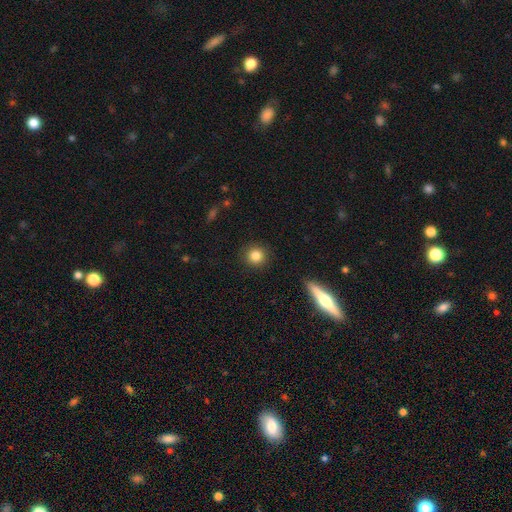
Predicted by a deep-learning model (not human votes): A smooth galaxy with no disk features (84%) that is round (92%).

Vote fractions:
- Smooth or featured? smooth: 84% / star or artifact: 10% / featured or disk: 6%
- How rounded? round: 92% / in between: 6% / cigar-shaped: 1%
- Merging? none: 91% / minor disturbance: 6% / major disturbance: 2% / merger: 1%